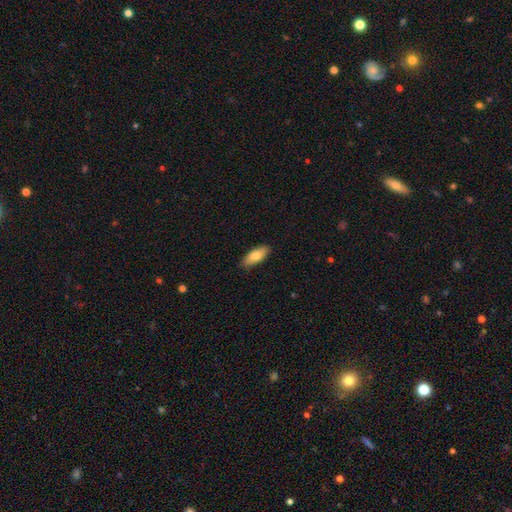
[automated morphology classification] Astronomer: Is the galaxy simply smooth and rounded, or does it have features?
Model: smooth — 77%.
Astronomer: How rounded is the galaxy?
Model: in between — 79%.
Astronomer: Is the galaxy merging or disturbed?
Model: none — 85%.